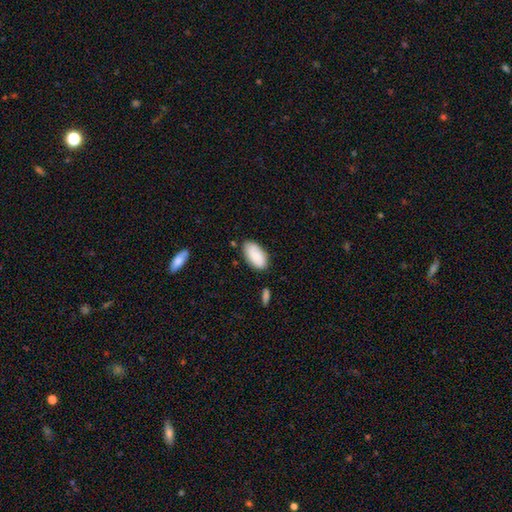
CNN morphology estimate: Overall: smooth (84%). How rounded: in between (95%). Merging: none (78%).